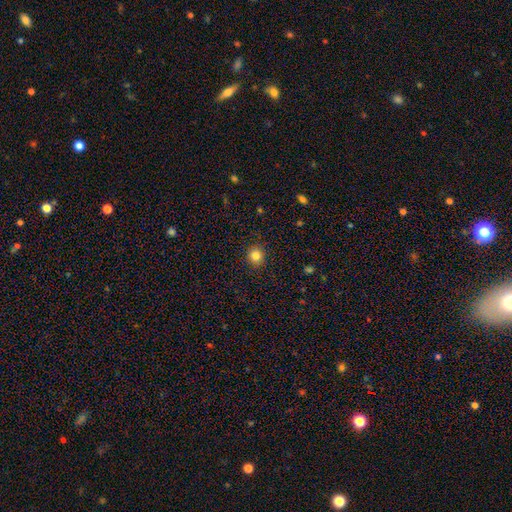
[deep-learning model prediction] This appears to be a smooth galaxy with no disk features (84%) that is round (90%). Merging: none (91%).